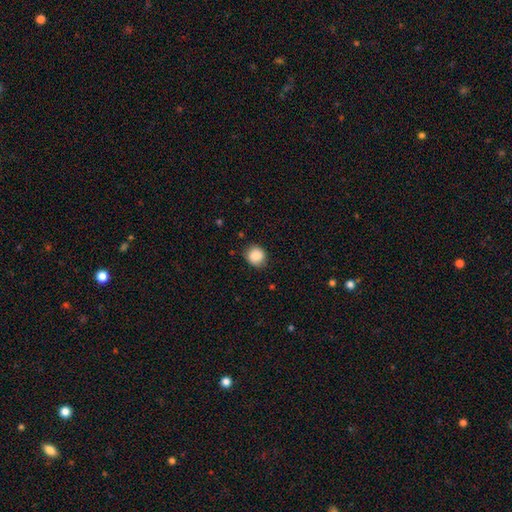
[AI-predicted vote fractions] This appears to be a smooth galaxy with no disk features (88%) that is round (86%). Merging: none (82%).